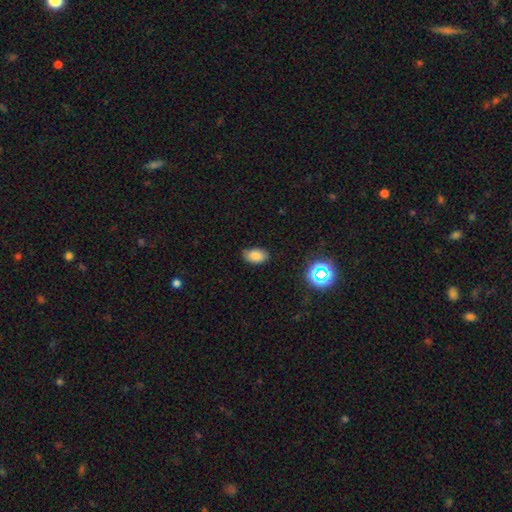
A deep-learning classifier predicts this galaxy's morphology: smooth-or-featured: smooth: 81% | star or artifact: 12% | featured or disk: 7%
  how-rounded: in between: 90% | round: 9% | cigar-shaped: 1%
  merging: none: 78% | minor disturbance: 17% | major disturbance: 3% | merger: 1%